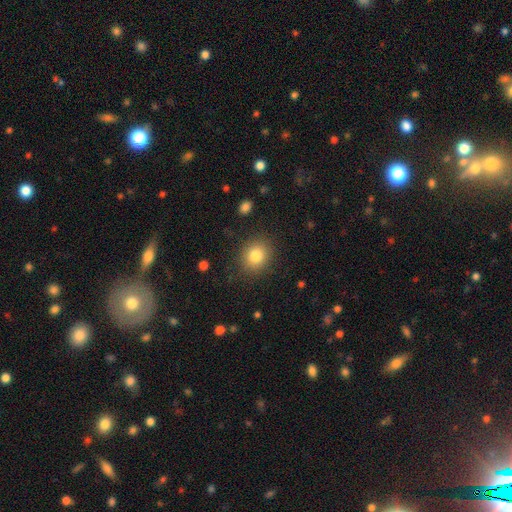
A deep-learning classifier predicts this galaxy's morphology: Smooth or featured?
  - smooth: 82% *
  - star or artifact: 10%
  - featured or disk: 8%
How rounded?
  - round: 70% *
  - in between: 29%
  - cigar-shaped: 1%
Merging?
  - none: 87% *
  - minor disturbance: 9%
  - major disturbance: 3%
  - merger: 1%